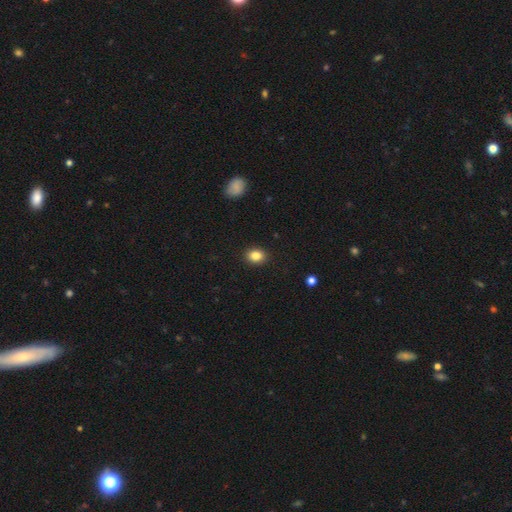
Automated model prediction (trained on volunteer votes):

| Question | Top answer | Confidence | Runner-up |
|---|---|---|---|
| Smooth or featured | smooth | 85% | star or artifact (10%) |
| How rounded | in between | 55% | round (44%) |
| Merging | none | 90% | minor disturbance (7%) |